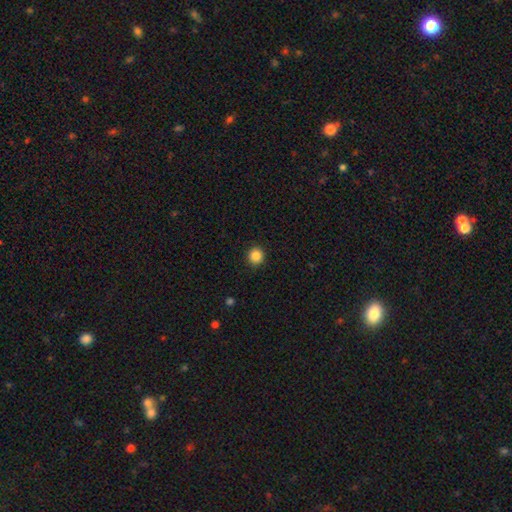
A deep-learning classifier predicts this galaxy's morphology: The model was most divided on "smooth or featured": smooth: 86%, star or artifact: 11%, featured or disk: 3%. More confident: how rounded — round (92%); merging — none (92%).